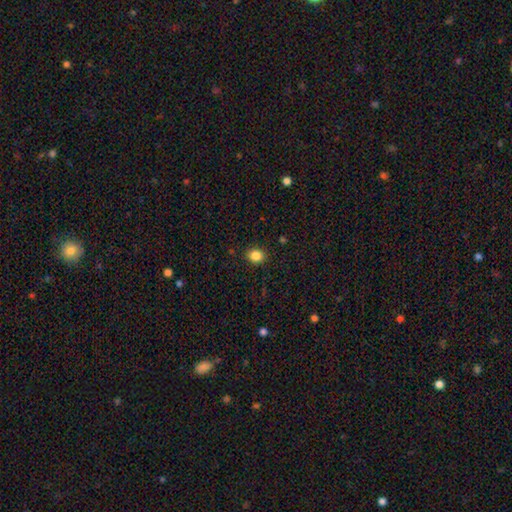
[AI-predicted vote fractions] A smooth galaxy with no disk features (85%) that is round (64%). Merging: none (90%).